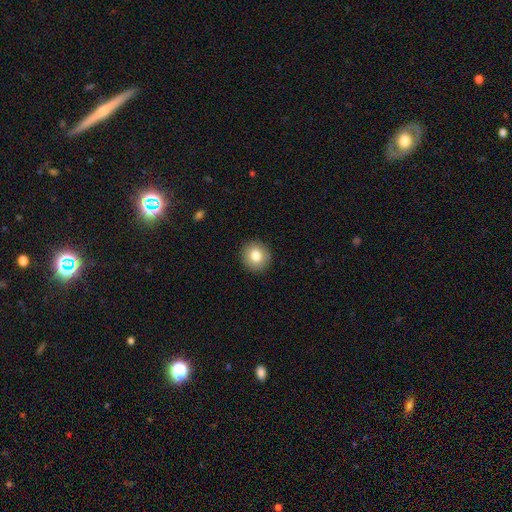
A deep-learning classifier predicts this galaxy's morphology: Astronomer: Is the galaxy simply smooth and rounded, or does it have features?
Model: smooth — 81%.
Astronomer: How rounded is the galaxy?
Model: round — 88%.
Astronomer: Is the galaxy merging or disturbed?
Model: none — 91%.